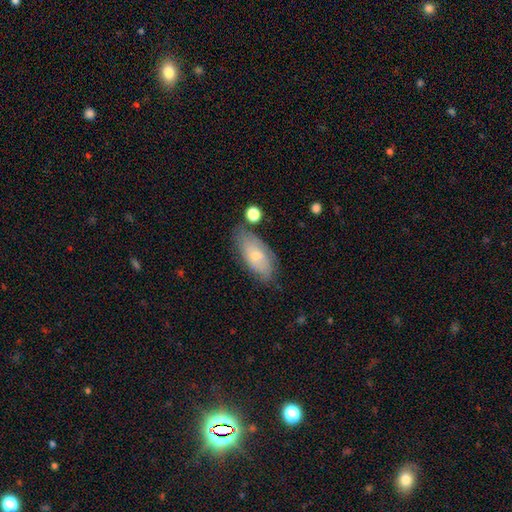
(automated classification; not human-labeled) Smooth or featured? Predicted: smooth (p=0.51). How rounded? Predicted: in between (p=0.88). Merging? Predicted: none (p=0.63).